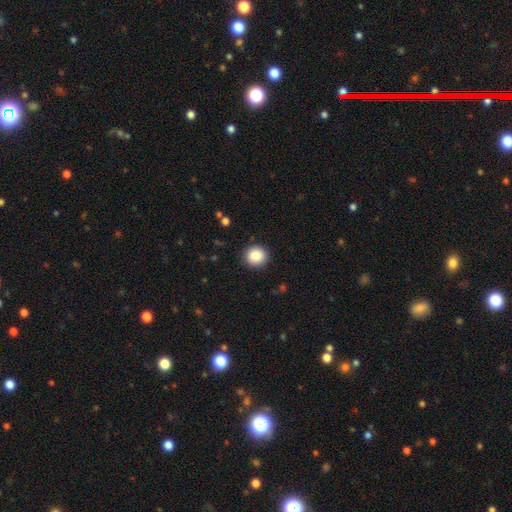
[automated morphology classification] Overall: smooth (86%). How rounded: round (92%). Merging: none (91%).